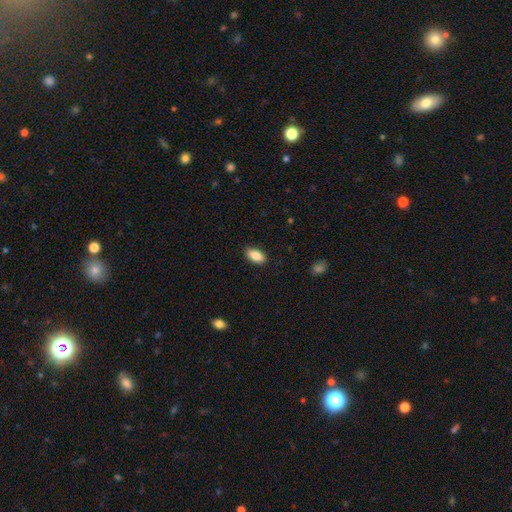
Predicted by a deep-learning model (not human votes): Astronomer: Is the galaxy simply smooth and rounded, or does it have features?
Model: smooth — 89%.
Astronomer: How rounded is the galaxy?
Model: in between — 93%.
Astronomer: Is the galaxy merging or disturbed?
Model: none — 86%.